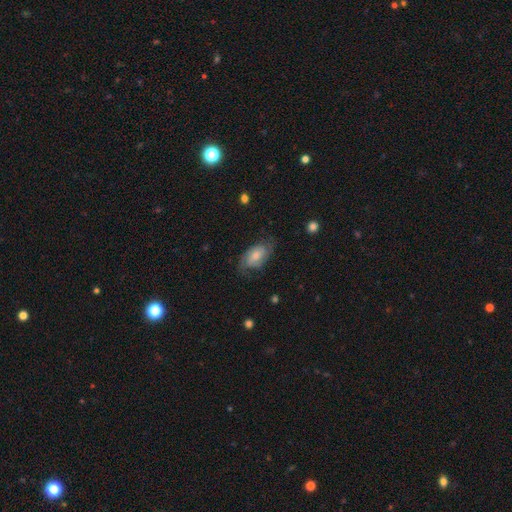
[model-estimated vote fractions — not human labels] Morphology: type=featured or disk (57%); edge-on=no (94%); bar=no (58%); spiral arms=yes (89%); bulge=moderate (39%); merging=none (67%).